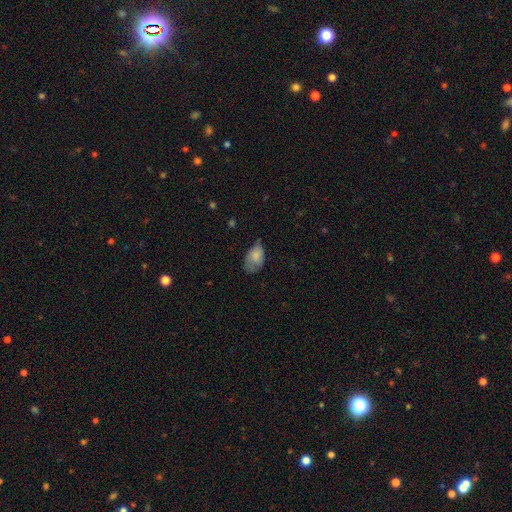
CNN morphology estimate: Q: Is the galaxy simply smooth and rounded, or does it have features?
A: smooth — 76%.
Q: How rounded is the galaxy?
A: in between — 91%.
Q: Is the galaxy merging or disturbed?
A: minor disturbance — 42%.